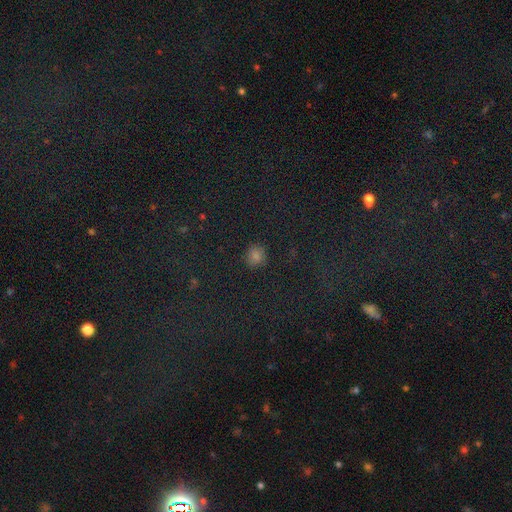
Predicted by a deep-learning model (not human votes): Morphology: type=smooth (73%); roundness=round (80%); merging=none (88%).